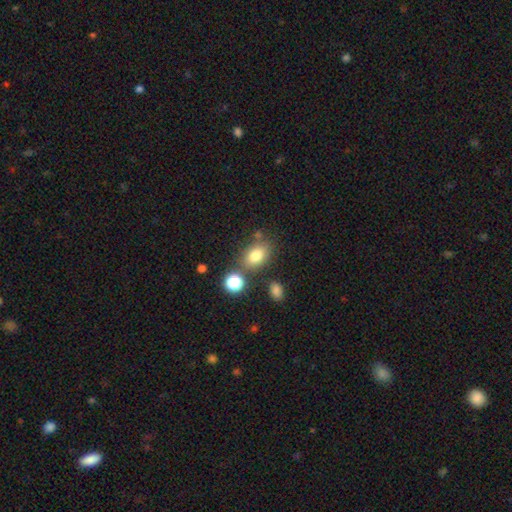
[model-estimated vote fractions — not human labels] Smooth or featured?
  - smooth: 79% *
  - star or artifact: 12%
  - featured or disk: 10%
How rounded?
  - in between: 76% *
  - round: 22%
  - cigar-shaped: 2%
Merging?
  - none: 69% *
  - minor disturbance: 14%
  - merger: 11%
  - major disturbance: 5%